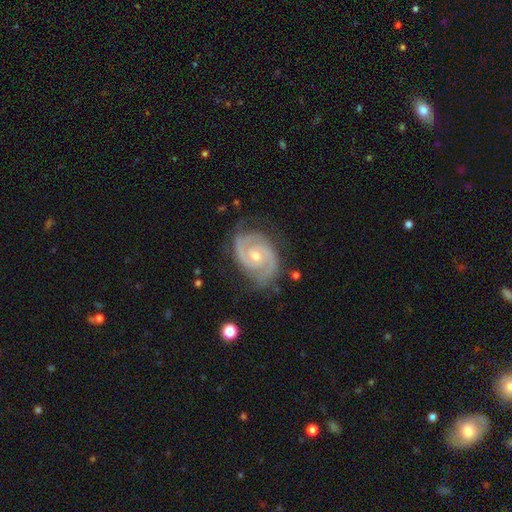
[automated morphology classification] This is clearly a featured or disk galaxy (92%). It is clearly not viewed edge-on (98%). Bar: likely no (62%). Spiral arm pattern: clearly yes (98%). Spiral arm count: clearly 2 (88%). Spiral winding: possibly tight (56%). Central bulge: possibly small (52%). Merging: likely none (77%).